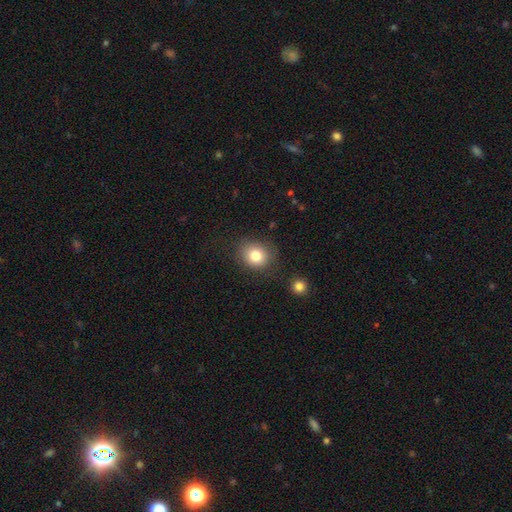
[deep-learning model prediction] smooth_or_featured: smooth (p=0.81) [alt: star or artifact p=0.11]
how_rounded: round (p=0.73) [alt: in between p=0.27]
merging: none (p=0.80) [alt: minor disturbance p=0.13]